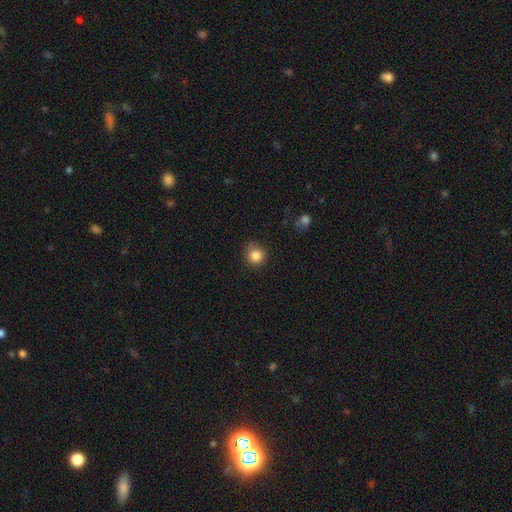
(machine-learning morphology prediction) smooth-or-featured: smooth: 85% | star or artifact: 11% | featured or disk: 5%
  how-rounded: round: 89% | in between: 10% | cigar-shaped: 1%
  merging: none: 79% | minor disturbance: 16% | major disturbance: 4% | merger: 1%